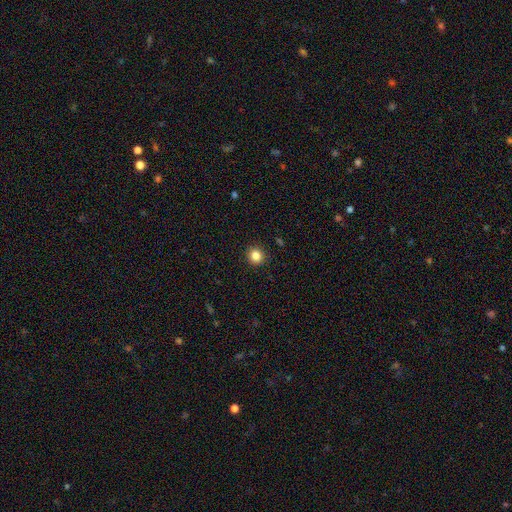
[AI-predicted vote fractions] This is clearly a smooth galaxy (84%). How rounded: clearly round (91%). Merging: clearly none (92%).